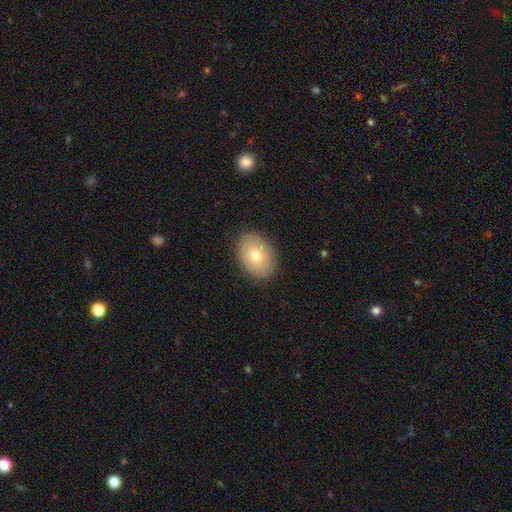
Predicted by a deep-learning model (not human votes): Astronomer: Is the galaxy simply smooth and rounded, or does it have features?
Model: smooth — 72%.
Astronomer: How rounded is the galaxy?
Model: in between — 78%.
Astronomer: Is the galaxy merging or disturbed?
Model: none — 86%.